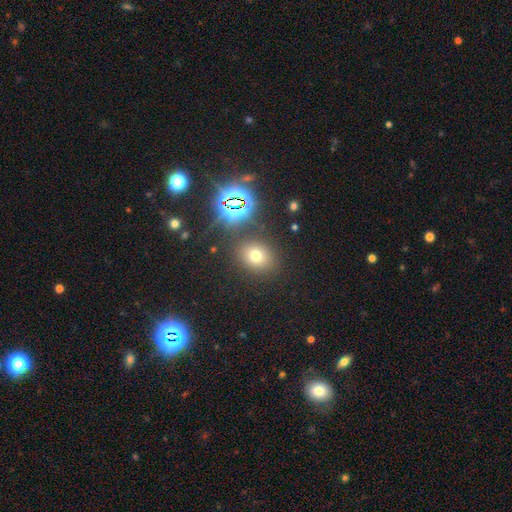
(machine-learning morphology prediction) This appears to be a smooth galaxy with no disk features (63%) that is round (63%). Merging: none (84%).